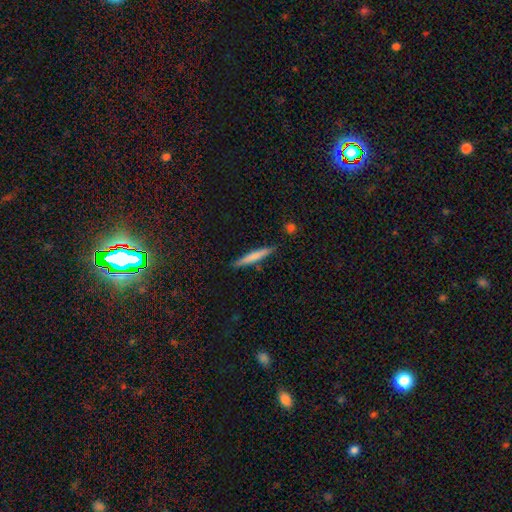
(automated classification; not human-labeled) This is likely a smooth galaxy (68%). How rounded: clearly cigar-shaped (95%). Merging: clearly none (87%).